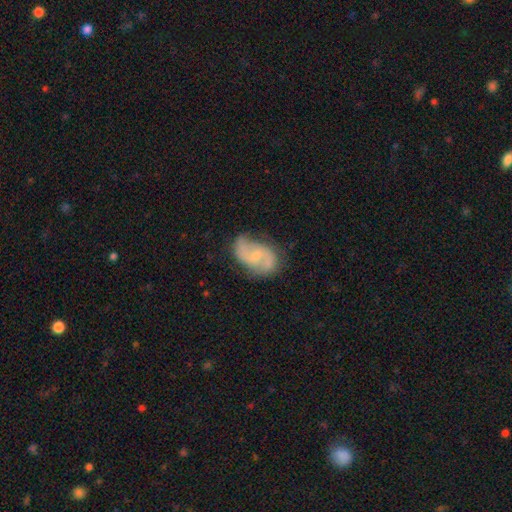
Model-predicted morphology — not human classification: smooth_or_featured: featured or disk (p=0.79) [alt: smooth p=0.15]
disk_edge_on: no (p=0.97) [alt: yes p=0.03]
bar: no (p=0.48) [alt: weak p=0.43]
has_spiral_arms: yes (p=0.94) [alt: no p=0.06]
spiral_winding: medium (p=0.47) [alt: loose p=0.36]
spiral_arm_count: 2 (p=0.89) [alt: can't tell p=0.06]
bulge_size: small (p=0.59) [alt: moderate p=0.31]
merging: none (p=0.71) [alt: minor disturbance p=0.21]